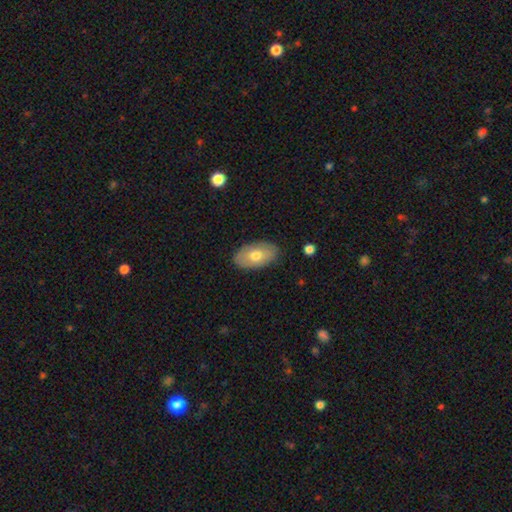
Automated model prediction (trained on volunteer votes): Morphology: type=smooth (66%); roundness=in between (93%); merging=none (84%).